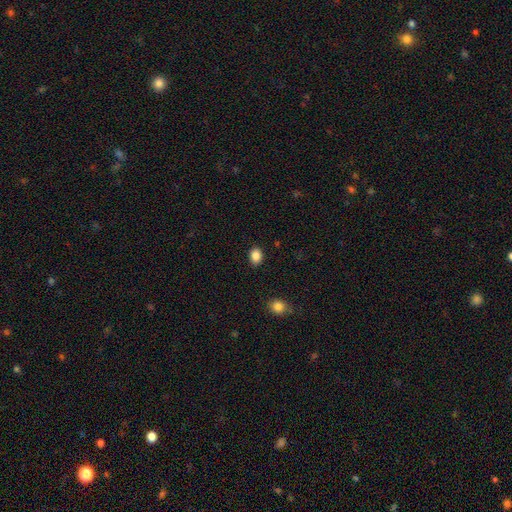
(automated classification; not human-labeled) Smooth or featured?
  - smooth: 87% *
  - star or artifact: 9%
  - featured or disk: 4%
How rounded?
  - in between: 63% *
  - round: 36%
  - cigar-shaped: 1%
Merging?
  - none: 88% *
  - minor disturbance: 8%
  - major disturbance: 2%
  - merger: 1%